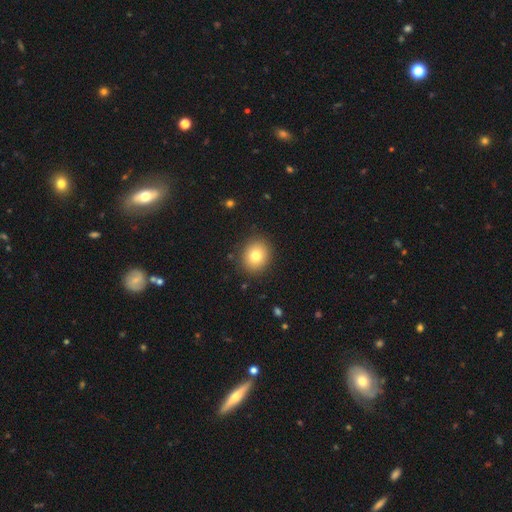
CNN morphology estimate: This appears to be a smooth galaxy with no disk features (78%) that is round (73%). Merging: none (89%).